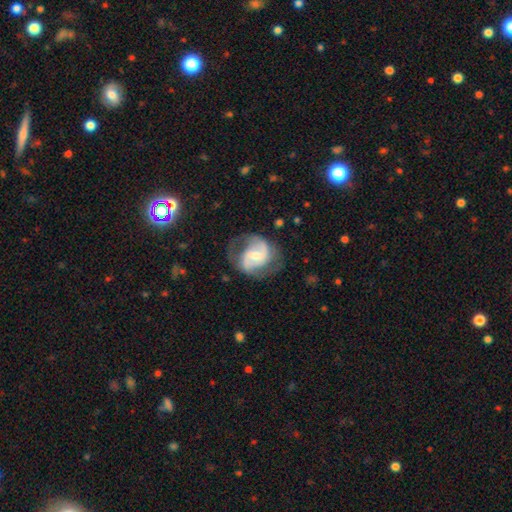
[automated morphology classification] featured or disk 78%, smooth 17%, star or artifact 6%. Down the decision tree: edge-on disk — no (97%); bar — weak (48%); spiral arms — yes (90%); spiral arm count — 2 (80%); spiral winding — medium (50%); bulge size — moderate (52%); merging — none (56%).